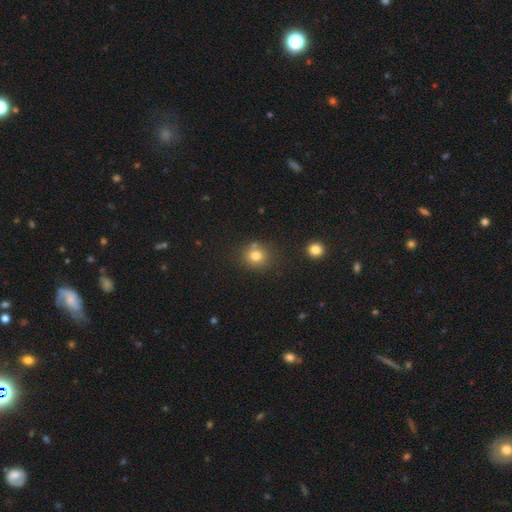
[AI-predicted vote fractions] Smooth or featured? smooth (79%)
How rounded? round (85%)
Merging? none (74%)